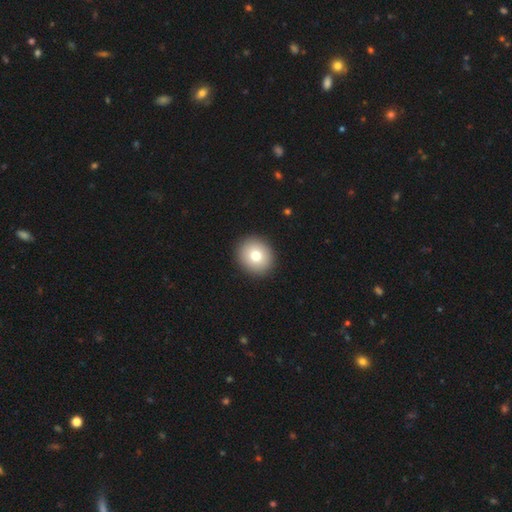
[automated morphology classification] Smooth or featured? smooth (79%)
How rounded? round (82%)
Merging? none (92%)